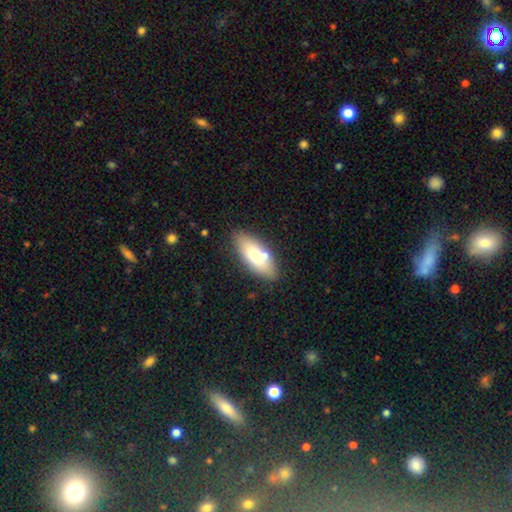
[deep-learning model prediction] Overall: smooth (68%). How rounded: in between (78%). Merging: none (74%).